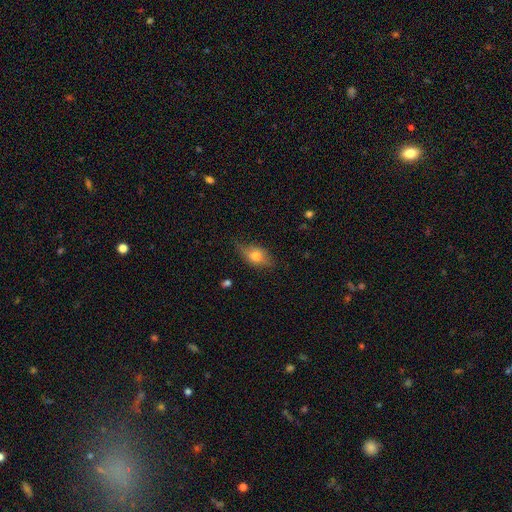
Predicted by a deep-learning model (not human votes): A smooth galaxy with no disk features (65%) that is in between round and cigar-shaped (81%). Merging: none (62%).